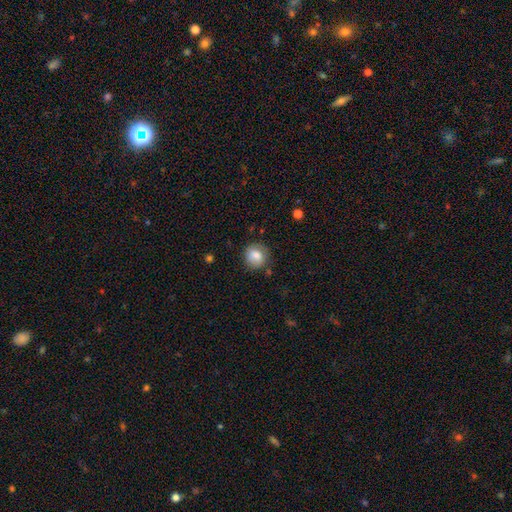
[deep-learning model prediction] Smooth or featured? Predicted: smooth (p=0.80). How rounded? Predicted: round (p=0.83). Merging? Predicted: none (p=0.76).